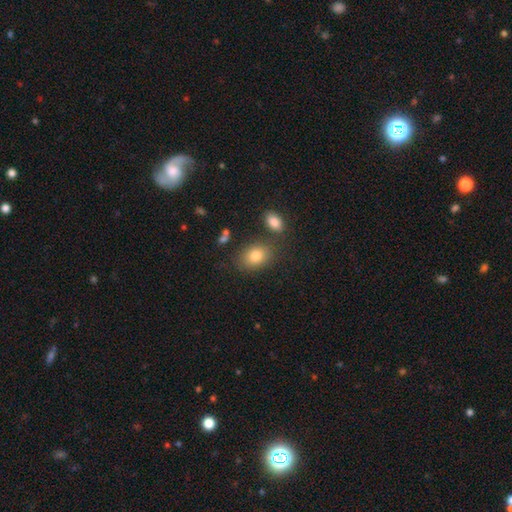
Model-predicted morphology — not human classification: type=smooth (81%); roundness=in between (73%); merging=none (75%).